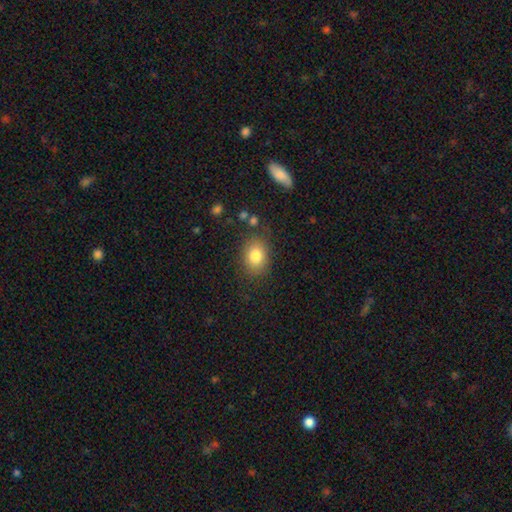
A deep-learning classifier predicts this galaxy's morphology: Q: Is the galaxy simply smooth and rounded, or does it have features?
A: smooth — 81%.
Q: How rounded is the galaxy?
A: in between — 64%.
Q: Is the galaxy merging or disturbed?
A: none — 81%.